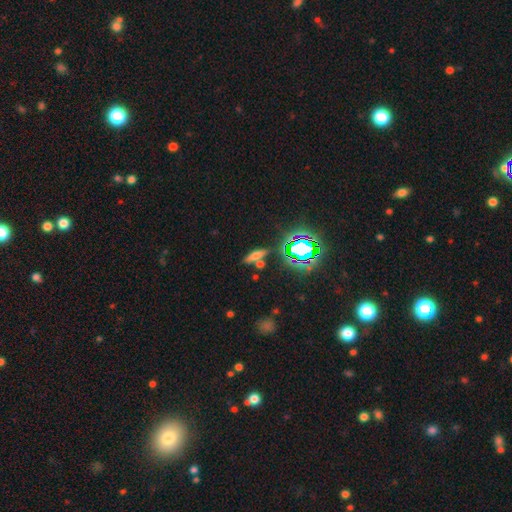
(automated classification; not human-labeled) Smooth or featured? Predicted: smooth (p=0.49). Merging? Predicted: none (p=0.71).